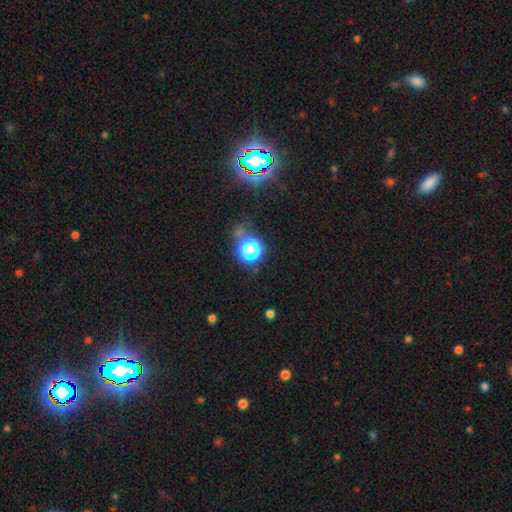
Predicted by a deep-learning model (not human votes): Smooth or featured?
  - smooth: 52% *
  - star or artifact: 40%
  - featured or disk: 8%
How rounded?
  - round: 85% *
  - in between: 13%
  - cigar-shaped: 2%
Merging?
  - none: 71% *
  - minor disturbance: 13%
  - major disturbance: 8%
  - merger: 8%